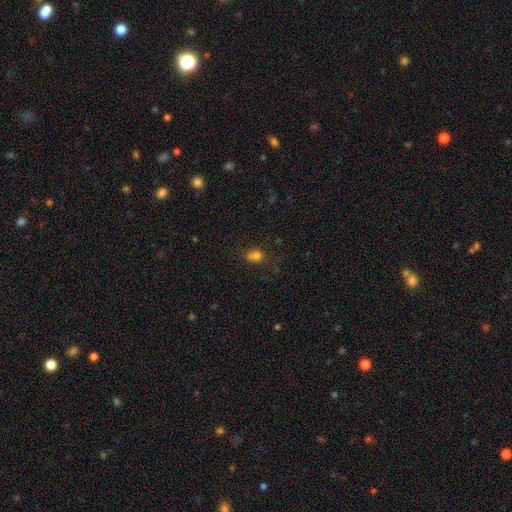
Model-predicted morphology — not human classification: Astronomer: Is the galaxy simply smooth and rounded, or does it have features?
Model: smooth — 72%.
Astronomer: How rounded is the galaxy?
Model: round — 69%.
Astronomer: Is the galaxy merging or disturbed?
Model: merger — 43% (runner-up: none, 40%).